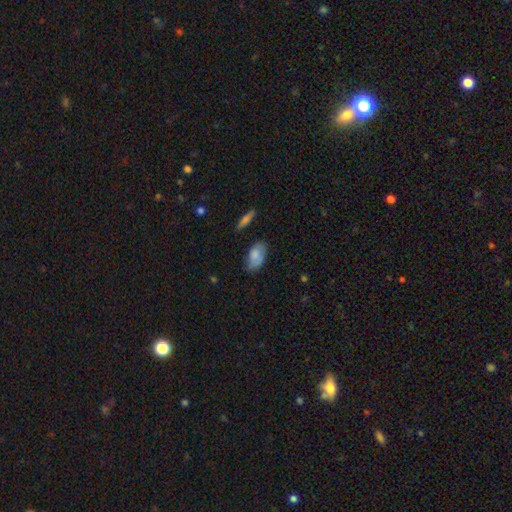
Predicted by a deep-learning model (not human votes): smooth_or_featured: smooth (p=0.75) [alt: featured or disk p=0.18]
how_rounded: in between (p=0.93) [alt: round p=0.04]
merging: none (p=0.65) [alt: minor disturbance p=0.27]